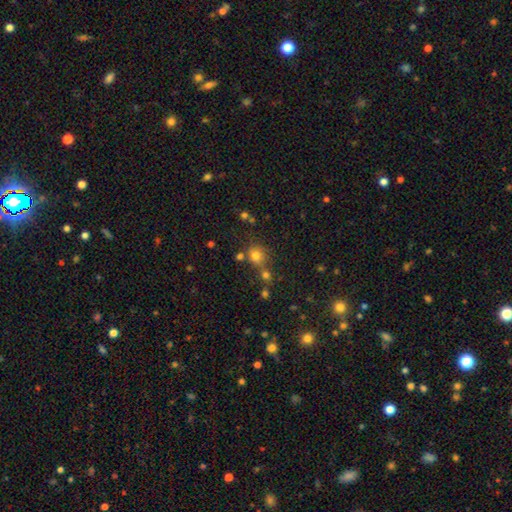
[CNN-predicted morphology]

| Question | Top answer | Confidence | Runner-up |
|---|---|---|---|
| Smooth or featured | smooth | 73% | star or artifact (18%) |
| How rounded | round | 78% | in between (21%) |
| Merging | none | 58% | merger (25%) |